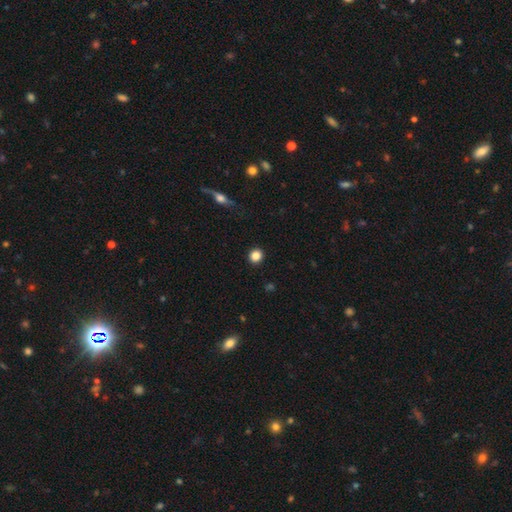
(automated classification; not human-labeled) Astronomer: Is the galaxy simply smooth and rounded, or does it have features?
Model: smooth — 85%.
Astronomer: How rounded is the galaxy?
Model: round — 90%.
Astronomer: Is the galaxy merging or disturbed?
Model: none — 93%.